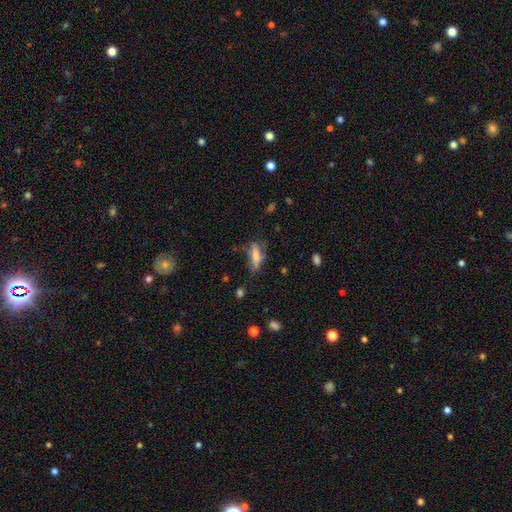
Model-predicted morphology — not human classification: Overall: smooth (57%; featured or disk 34%). How rounded: in between (55%; cigar-shaped 42%). Merging: none (53%; minor disturbance 28%).